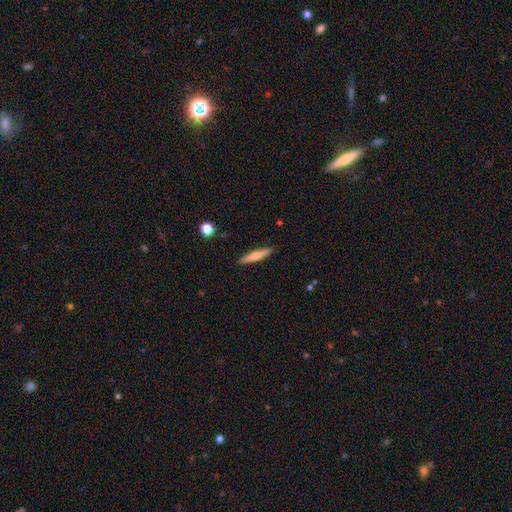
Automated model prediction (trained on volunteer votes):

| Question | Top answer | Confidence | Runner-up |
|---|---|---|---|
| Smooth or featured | smooth | 64% | featured or disk (30%) |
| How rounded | cigar-shaped | 91% | in between (7%) |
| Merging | none | 90% | minor disturbance (7%) |